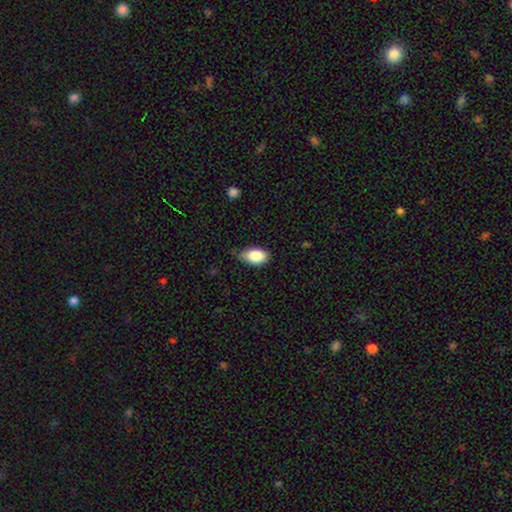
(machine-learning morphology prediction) The model was most divided on "merging": none: 61%, minor disturbance: 33%, major disturbance: 5%, merger: 1%. More confident: how rounded — in between (92%); smooth or featured — smooth (85%).